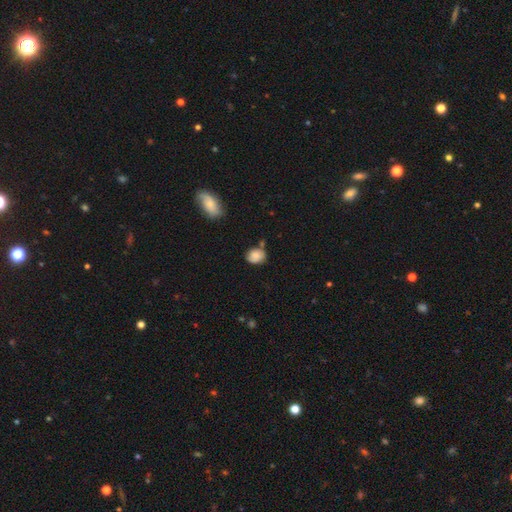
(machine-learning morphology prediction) A smooth galaxy with no disk features (79%) that is in between round and cigar-shaped (50%).

Vote fractions:
- Smooth or featured? smooth: 79% / featured or disk: 12% / star or artifact: 9%
- How rounded? in between: 50% / round: 49% / cigar-shaped: 1%
- Merging? none: 60% / minor disturbance: 27% / merger: 8% / major disturbance: 5%